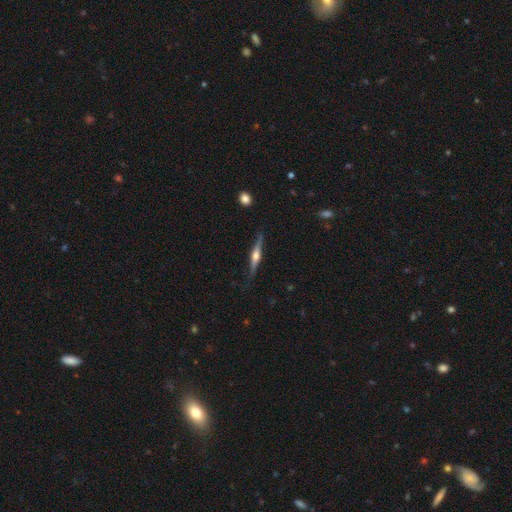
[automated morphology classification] featured or disk 75%, smooth 20%, star or artifact 5%. Down the decision tree: edge-on disk — yes (98%); edge-on bulge — rounded (91%); merging — none (83%).